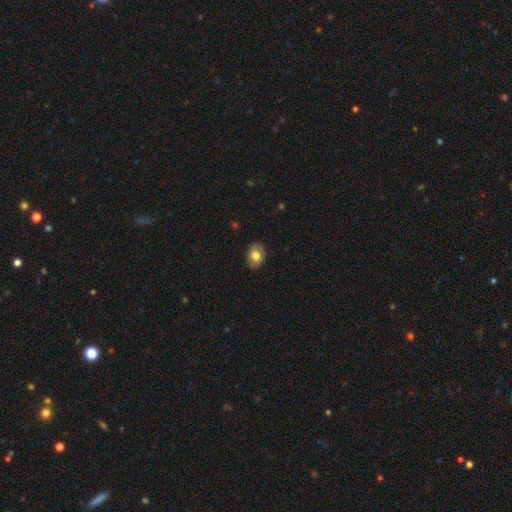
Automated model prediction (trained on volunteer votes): smooth_or_featured: smooth (p=0.80) [alt: featured or disk p=0.13]
how_rounded: in between (p=0.78) [alt: round p=0.21]
merging: none (p=0.87) [alt: minor disturbance p=0.10]